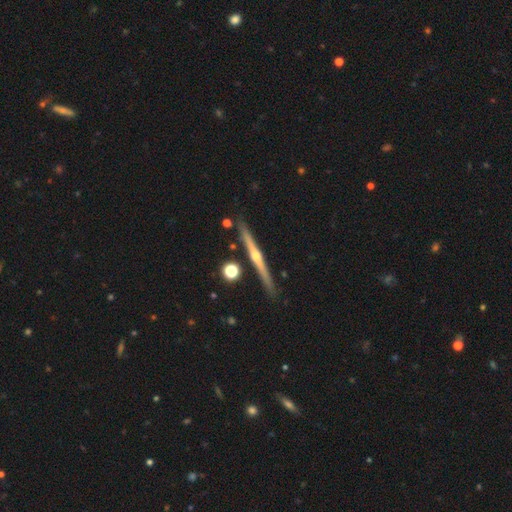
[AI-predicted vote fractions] A featured or disk galaxy (79%) viewed edge-on (98%) with a rounded central bulge (87%). Merging: none (89%).